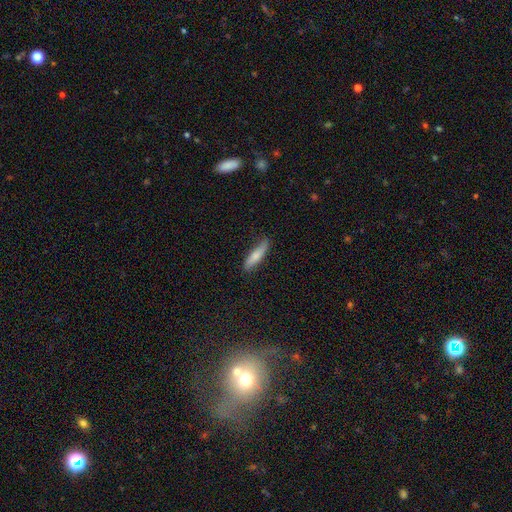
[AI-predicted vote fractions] This is likely a smooth galaxy (76%). How rounded: likely cigar-shaped (77%). Merging: likely none (77%).